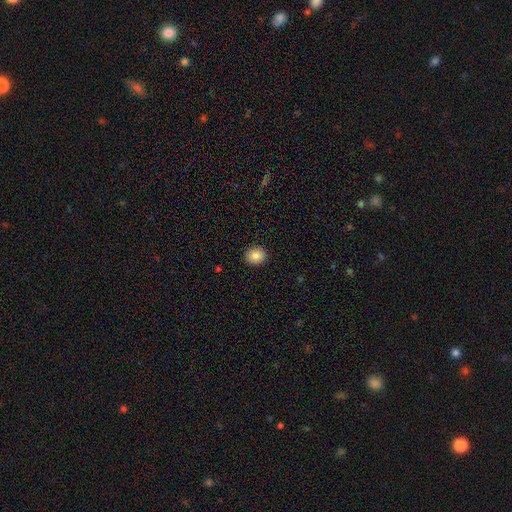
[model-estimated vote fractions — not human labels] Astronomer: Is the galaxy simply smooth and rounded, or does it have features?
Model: smooth — 84%.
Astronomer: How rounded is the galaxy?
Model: round — 74%.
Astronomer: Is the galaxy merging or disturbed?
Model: none — 92%.